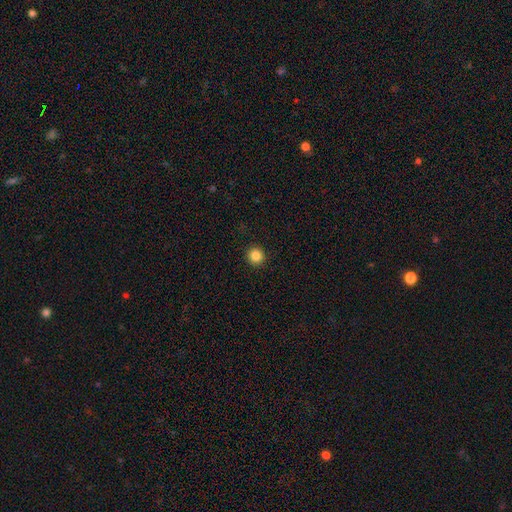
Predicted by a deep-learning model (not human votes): Smooth or featured: smooth — 85% (star or artifact — 11%)
How rounded: round — 95% (in between — 4%)
Merging: none — 93% (minor disturbance — 4%)